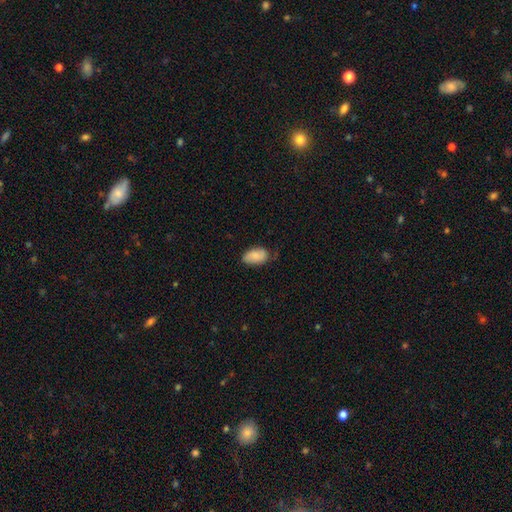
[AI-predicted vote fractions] smooth-or-featured: smooth: 79% | featured or disk: 14% | star or artifact: 7%
  how-rounded: in between: 93% | round: 5% | cigar-shaped: 2%
  merging: none: 63% | minor disturbance: 29% | major disturbance: 6% | merger: 1%